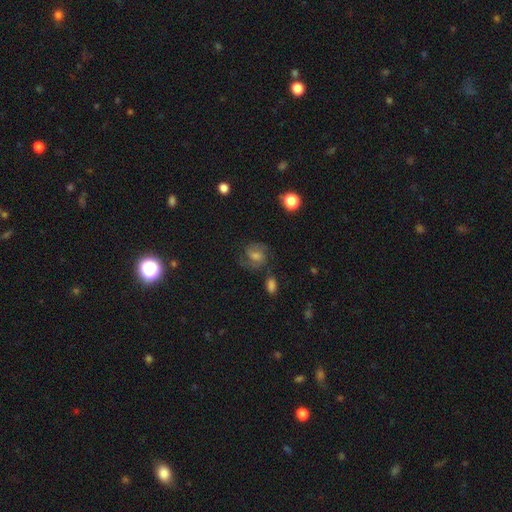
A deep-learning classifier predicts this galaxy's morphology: This appears to be a featured or disk galaxy (65%) with a weak bar (48%), 2 (74%) medium (52%) spiral arms (92%) and a moderate central bulge (52%). Merging: none (71%).